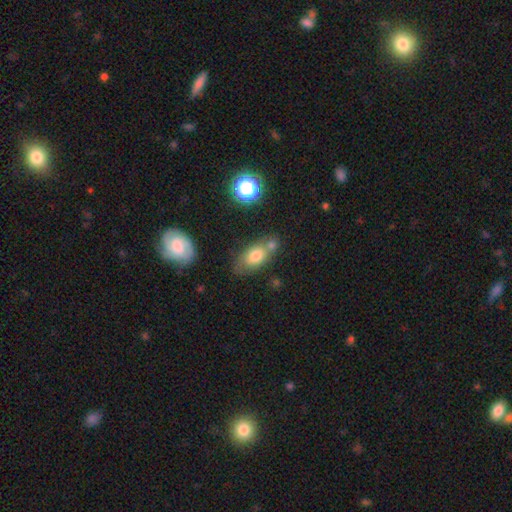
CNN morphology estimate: Smooth or featured: smooth — 73% (featured or disk — 17%)
How rounded: in between — 83% (round — 10%)
Merging: none — 52% (merger — 23%)